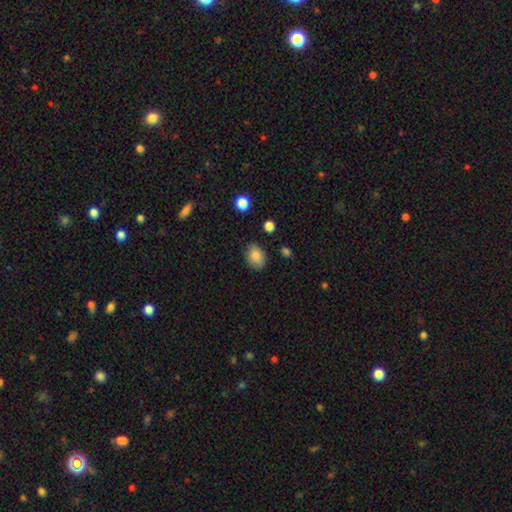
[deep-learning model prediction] smooth-or-featured: smooth: 85% | star or artifact: 8% | featured or disk: 7%
  how-rounded: in between: 69% | round: 30% | cigar-shaped: 1%
  merging: none: 81% | minor disturbance: 14% | major disturbance: 3% | merger: 2%